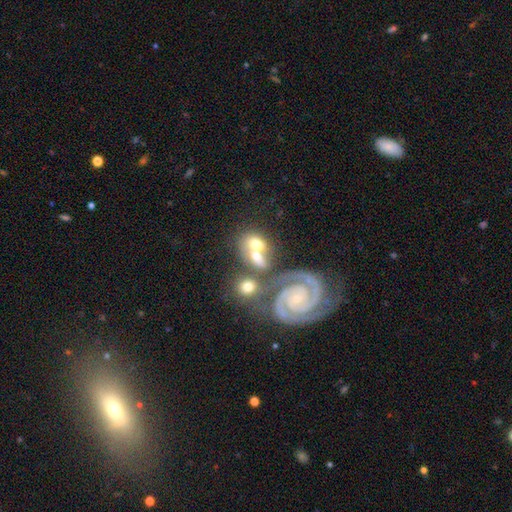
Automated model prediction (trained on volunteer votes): Smooth or featured? featured or disk (60%)
Edge-on disk? no (96%)
Bar? no (63%)
Spiral arms? yes (84%)
Bulge size? small (48%)
Merging? merger (41%)